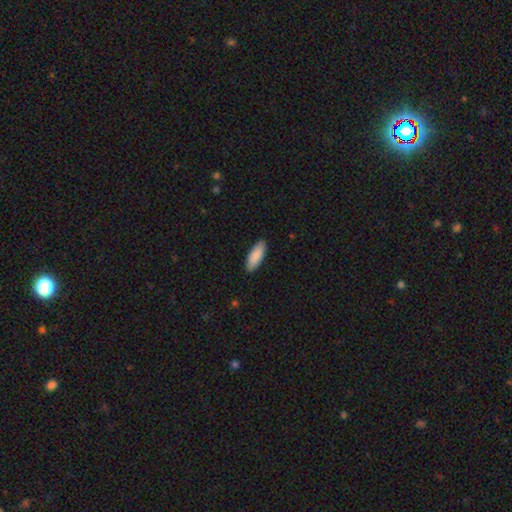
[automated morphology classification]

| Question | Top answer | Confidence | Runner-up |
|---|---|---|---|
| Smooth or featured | smooth | 89% | featured or disk (6%) |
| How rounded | in between | 71% | cigar-shaped (27%) |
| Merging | none | 88% | minor disturbance (9%) |